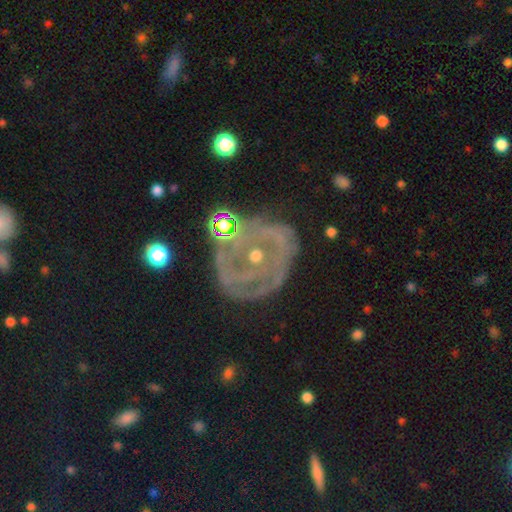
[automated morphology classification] This is likely a featured or disk galaxy (72%). It is clearly not viewed edge-on (97%). Bar: likely no (64%). Spiral arm pattern: likely yes (70%). Central bulge: likely small (74%). Merging: likely none (61%).